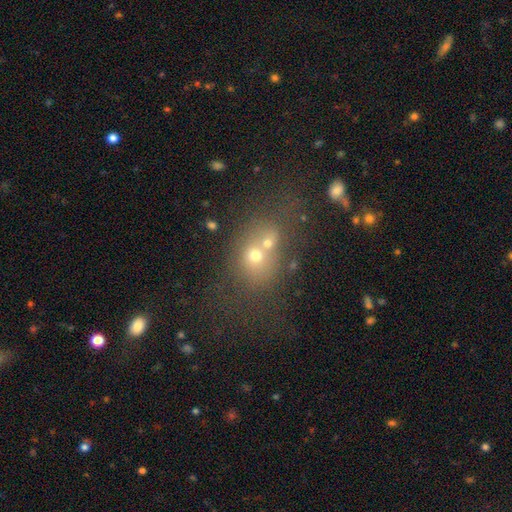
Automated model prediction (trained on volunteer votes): smooth 56%, featured or disk 22%, star or artifact 22%. Down the decision tree: how rounded — round (59%); merging — merger (52%).